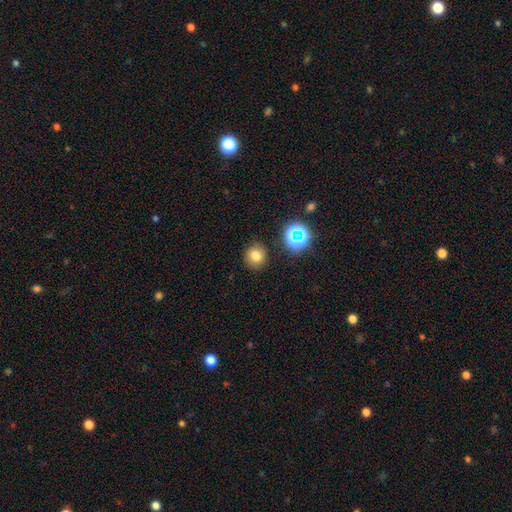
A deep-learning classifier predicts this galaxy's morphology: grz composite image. It shows a smooth galaxy with no disk features (75%) that is round (90%). Merging: none (89%).